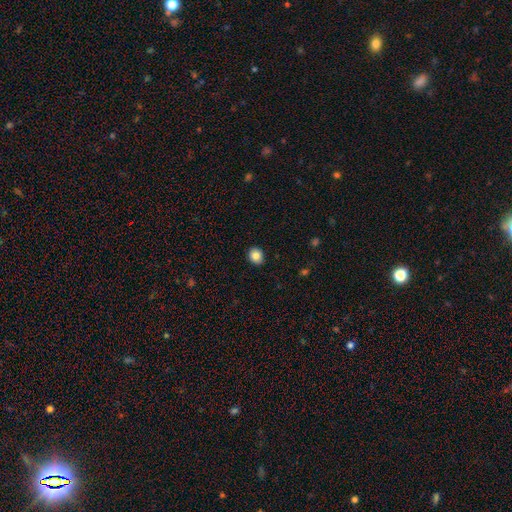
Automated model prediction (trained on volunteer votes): Smooth or featured? Predicted: smooth (p=0.84). How rounded? Predicted: round (p=0.63). Merging? Predicted: none (p=0.90).